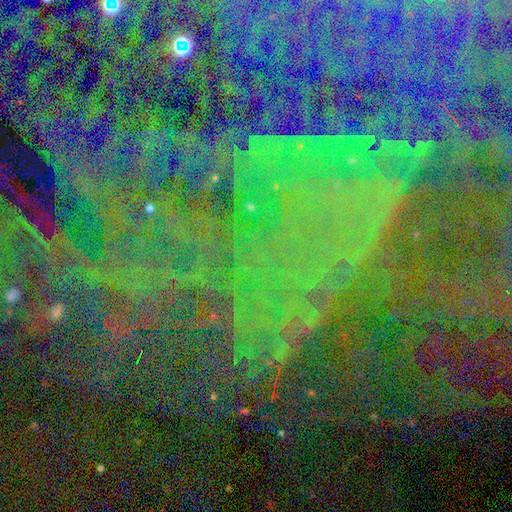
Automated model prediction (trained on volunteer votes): Smooth or featured? Predicted: star or artifact (p=0.87).